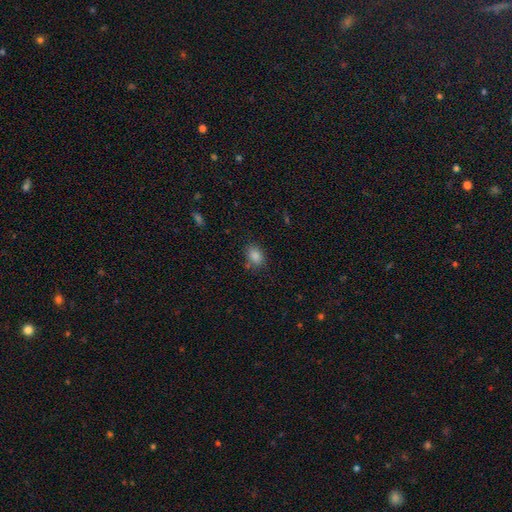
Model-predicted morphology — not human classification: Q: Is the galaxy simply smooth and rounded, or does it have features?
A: smooth — 85%.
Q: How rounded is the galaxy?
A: in between — 69%.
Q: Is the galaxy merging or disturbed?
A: none — 77%.